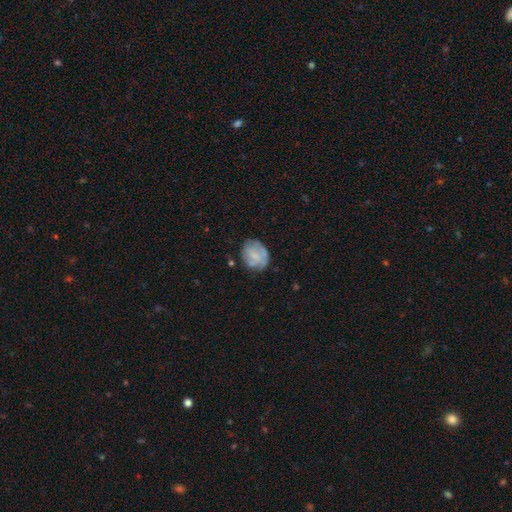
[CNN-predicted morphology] A smooth galaxy with no disk features (50%). Merging: none (63%).